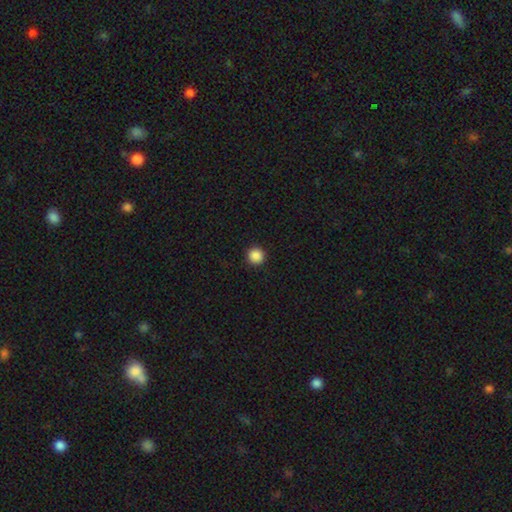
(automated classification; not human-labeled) Q: Smooth or featured?
A: smooth (87%); runner-up: star or artifact (10%)
Q: How rounded?
A: round (96%); runner-up: in between (3%)
Q: Merging?
A: none (93%); runner-up: minor disturbance (4%)